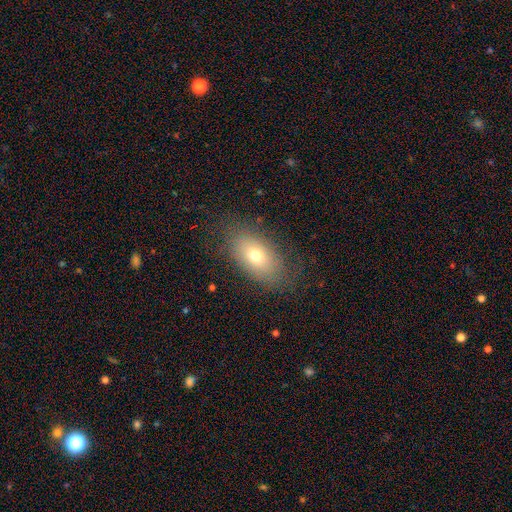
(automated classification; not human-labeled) Morphology: type=smooth (69%); roundness=in between (89%); merging=none (79%).